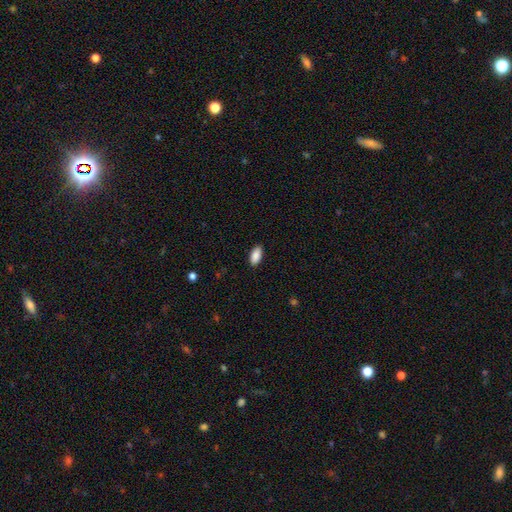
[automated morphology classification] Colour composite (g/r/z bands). It shows a smooth galaxy with no disk features (90%) that is in between round and cigar-shaped (92%). Merging: none (88%).